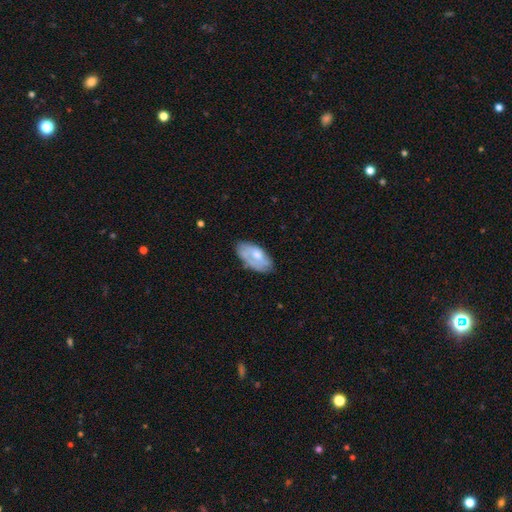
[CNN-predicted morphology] Smooth or featured? smooth (51%)
How rounded? in between (92%)
Merging? none (59%)